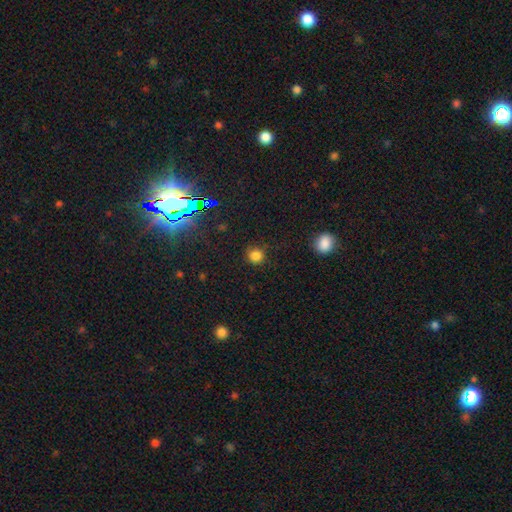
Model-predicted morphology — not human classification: A smooth galaxy with no disk features (81%) that is round (90%).

Vote fractions:
- Smooth or featured? smooth: 81% / star or artifact: 15% / featured or disk: 4%
- How rounded? round: 90% / in between: 9% / cigar-shaped: 1%
- Merging? none: 81% / minor disturbance: 13% / major disturbance: 4% / merger: 2%